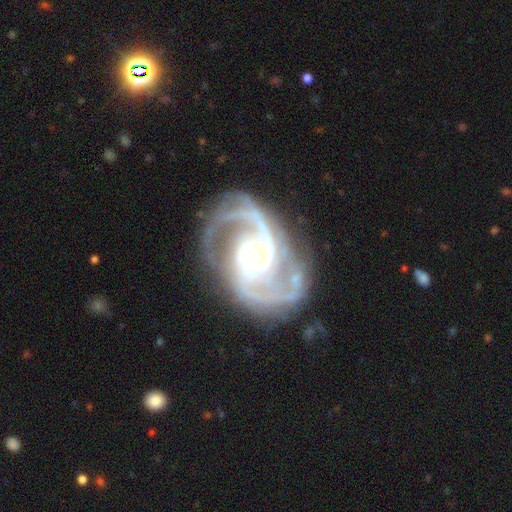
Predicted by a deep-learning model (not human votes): Overall: featured or disk (93%). Edge-on disk: no (98%). Bar: no (58%; weak 29%). Spiral arms: yes (98%). Spiral arm count: 2 (75%). Spiral winding: medium (54%; tight 35%). Bulge size: moderate (53%; small 42%). Merging: none (72%).